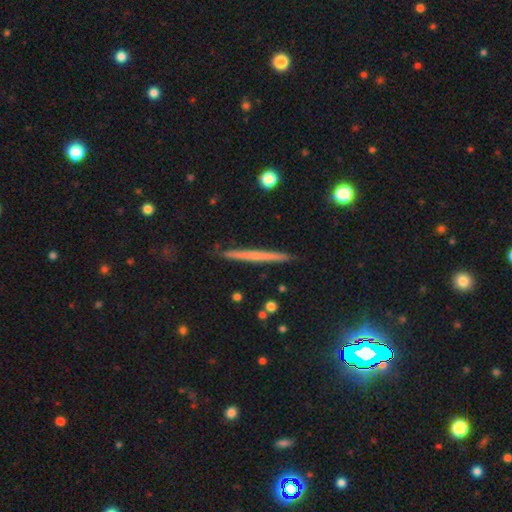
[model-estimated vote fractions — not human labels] Morphology: type=featured or disk (47%); merging=none (91%).